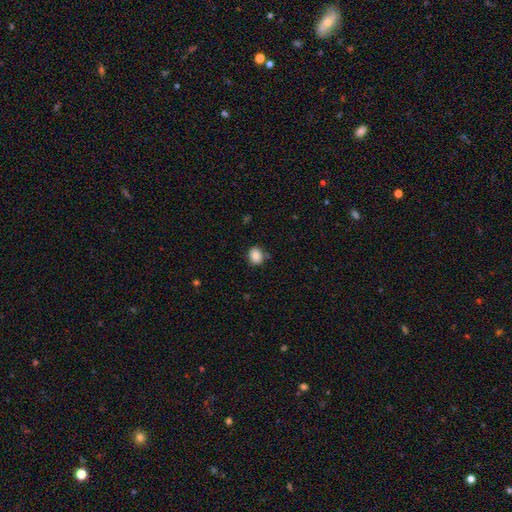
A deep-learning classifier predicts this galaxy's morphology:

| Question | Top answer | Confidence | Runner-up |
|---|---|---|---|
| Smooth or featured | smooth | 85% | star or artifact (9%) |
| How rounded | round | 60% | in between (40%) |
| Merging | none | 81% | minor disturbance (13%) |